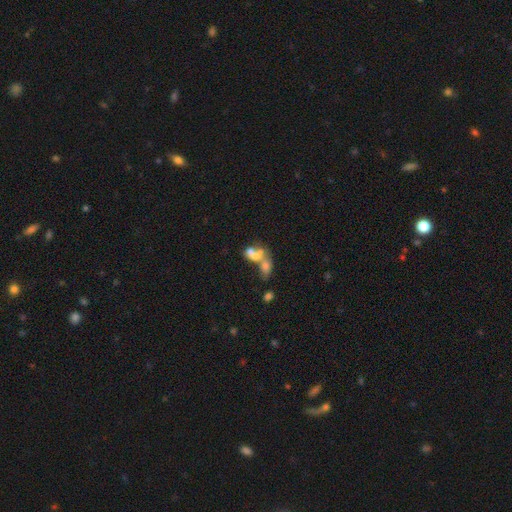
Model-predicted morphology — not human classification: Smooth or featured: smooth — 50% (featured or disk — 37%)
How rounded: in between — 75% (round — 21%)
Merging: merger — 69% (none — 14%)